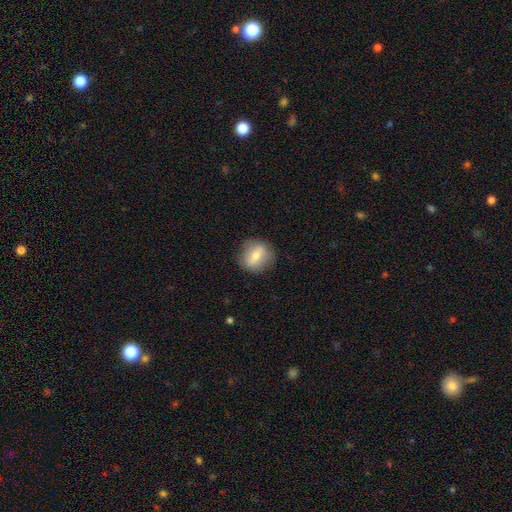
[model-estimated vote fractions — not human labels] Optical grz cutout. It shows a smooth galaxy with no disk features (61%) that is round (76%). Merging: none (83%).